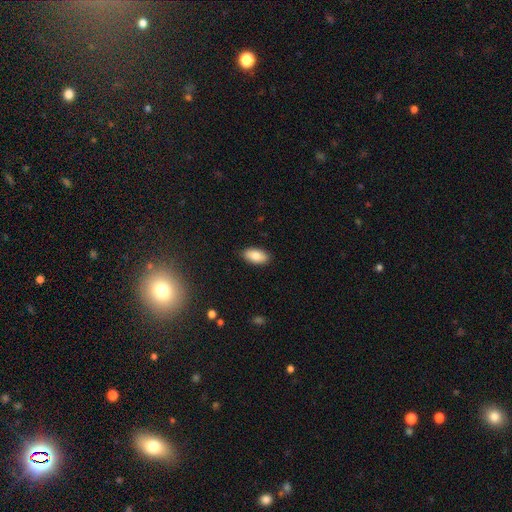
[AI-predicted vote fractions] smooth_or_featured: smooth (p=0.86) [alt: featured or disk p=0.07]
how_rounded: in between (p=0.93) [alt: cigar-shaped p=0.04]
merging: none (p=0.88) [alt: minor disturbance p=0.09]